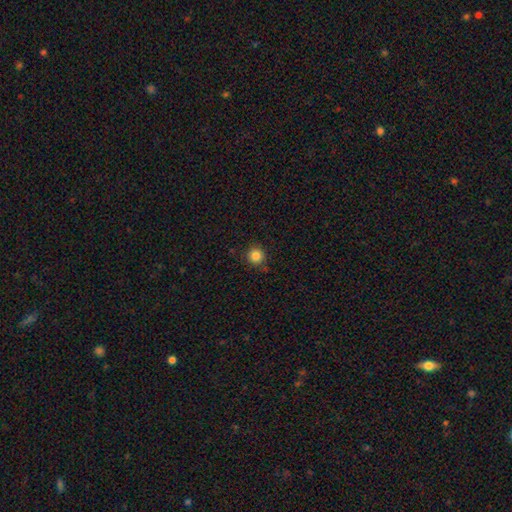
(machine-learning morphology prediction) A smooth galaxy with no disk features (84%) that is round (94%). Merging: none (87%).